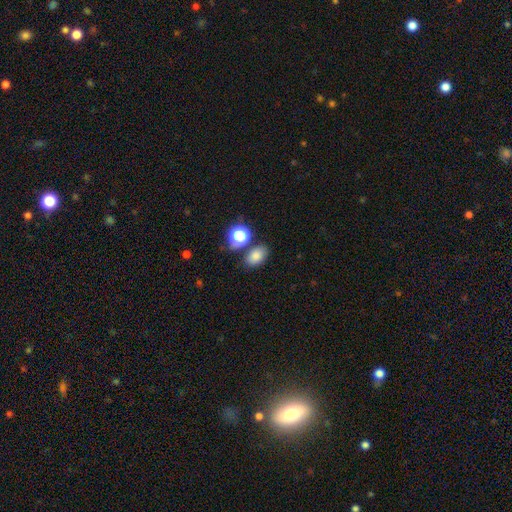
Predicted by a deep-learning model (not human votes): Smooth or featured? smooth (78%)
How rounded? in between (79%)
Merging? none (74%)